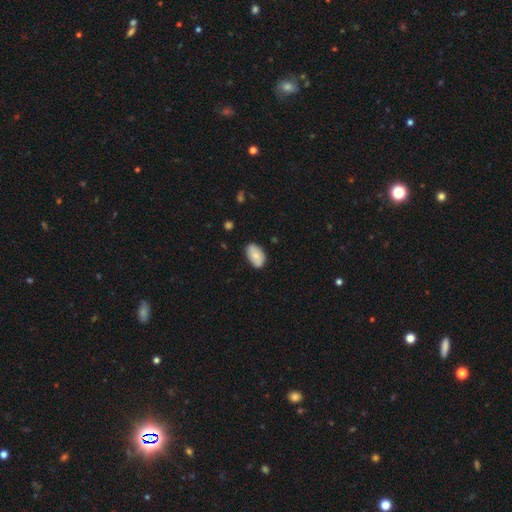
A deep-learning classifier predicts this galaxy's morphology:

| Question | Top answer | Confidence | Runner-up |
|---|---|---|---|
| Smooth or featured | smooth | 77% | featured or disk (17%) |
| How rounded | in between | 92% | round (6%) |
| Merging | none | 75% | minor disturbance (20%) |